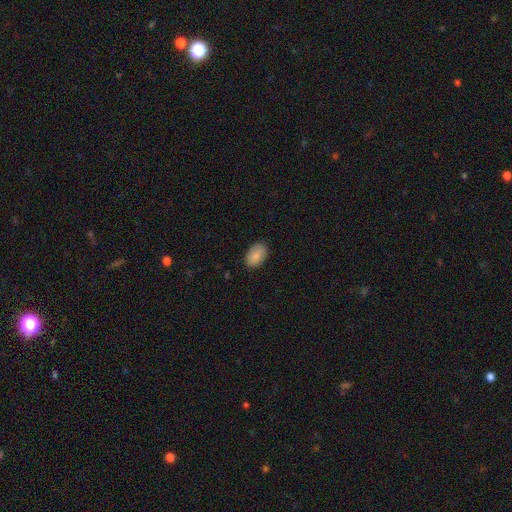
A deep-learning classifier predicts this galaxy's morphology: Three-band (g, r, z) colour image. It shows a smooth galaxy with no disk features (87%) that is in between round and cigar-shaped (91%). Merging: none (85%).